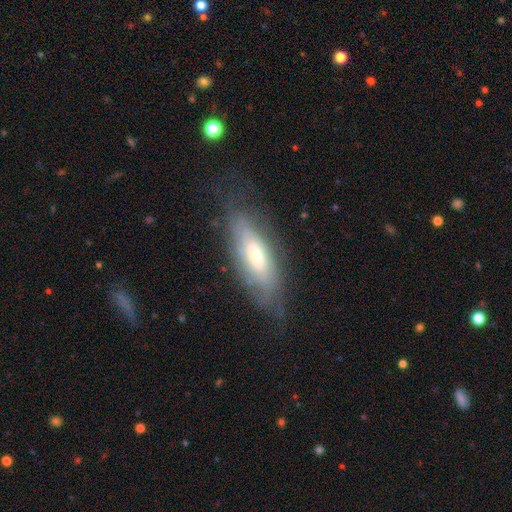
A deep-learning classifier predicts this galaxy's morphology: This is possibly a featured or disk galaxy (59%). It is likely not viewed edge-on (71%). Merging: likely none (64%).